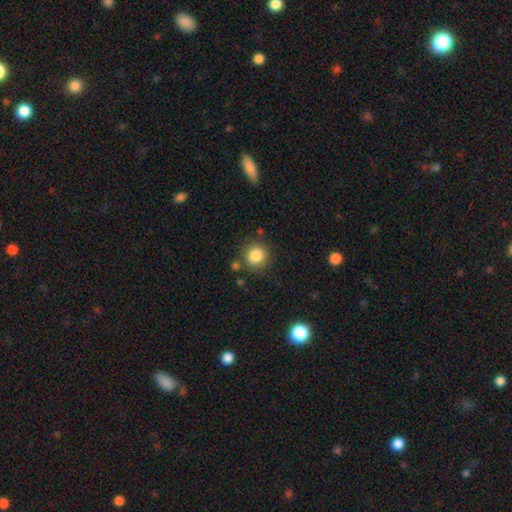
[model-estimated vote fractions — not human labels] smooth 84%, star or artifact 10%, featured or disk 5%. Down the decision tree: how rounded — round (90%); merging — none (82%).